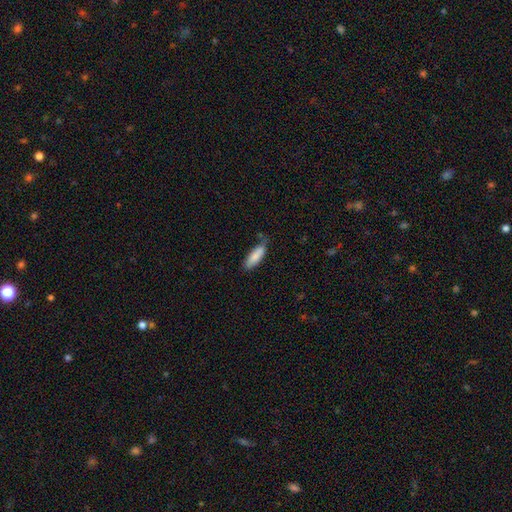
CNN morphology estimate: Smooth or featured: smooth — 84% (featured or disk — 10%)
How rounded: in between — 57% (cigar-shaped — 41%)
Merging: none — 56% (minor disturbance — 31%)